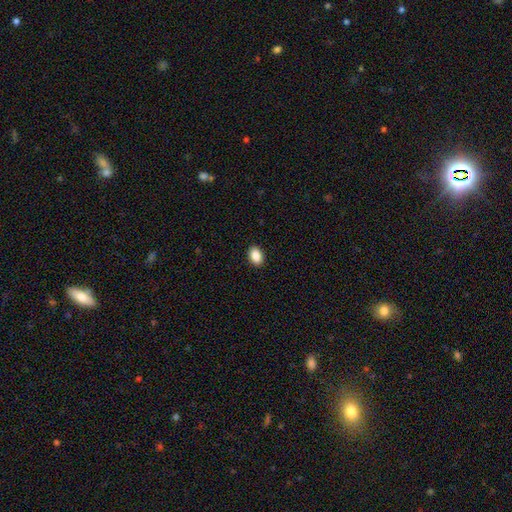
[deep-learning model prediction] Overall: smooth (88%). How rounded: in between (84%). Merging: none (91%).